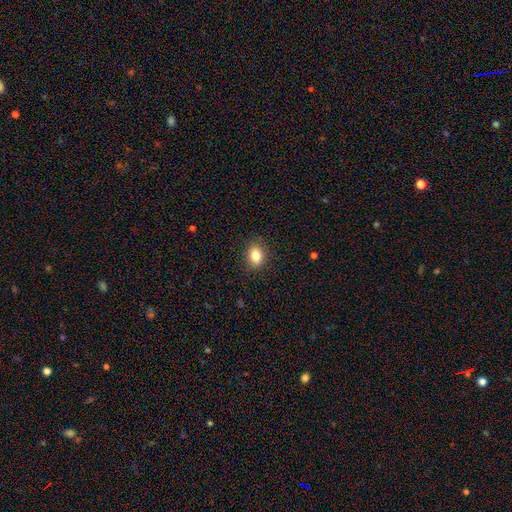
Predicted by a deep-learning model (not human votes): Smooth or featured? Predicted: smooth (p=0.83). How rounded? Predicted: in between (p=0.73). Merging? Predicted: none (p=0.86).